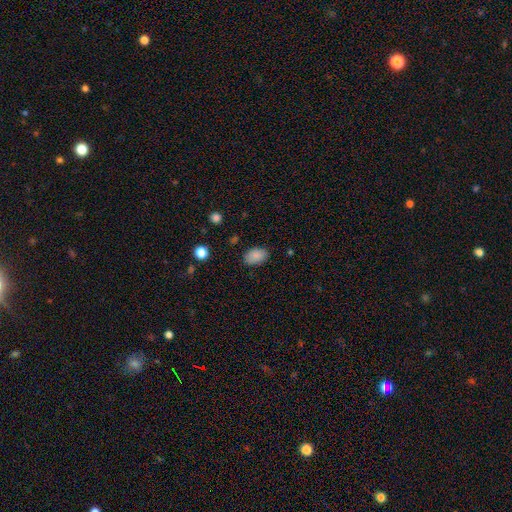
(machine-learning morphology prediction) Smooth or featured?
  - smooth: 86% *
  - star or artifact: 8%
  - featured or disk: 6%
How rounded?
  - in between: 88% *
  - round: 10%
  - cigar-shaped: 1%
Merging?
  - none: 84% *
  - minor disturbance: 12%
  - major disturbance: 3%
  - merger: 1%